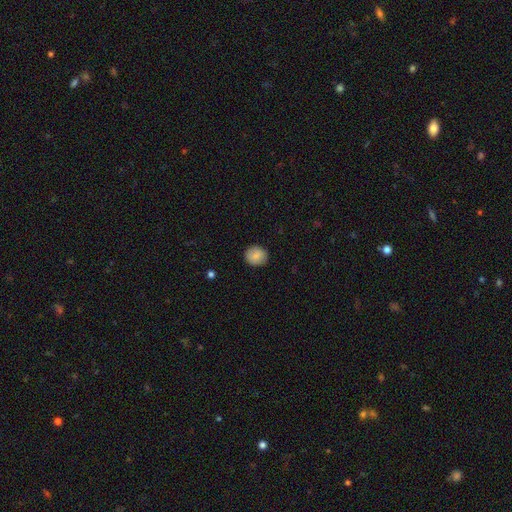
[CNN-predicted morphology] This appears to be a smooth galaxy with no disk features (85%) that is round (77%). Merging: none (88%).